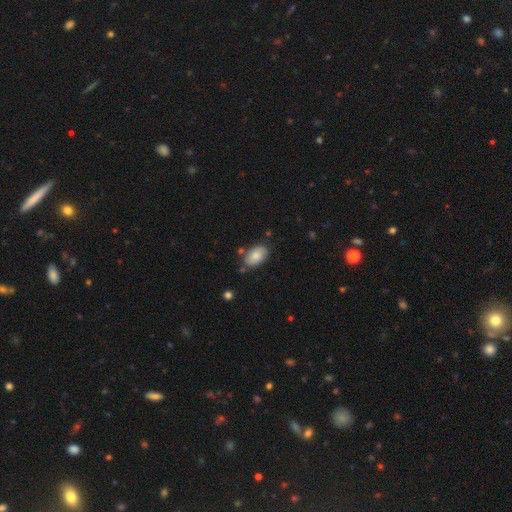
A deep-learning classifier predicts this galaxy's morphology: Overall: smooth (79%). How rounded: in between (92%). Merging: none (76%).